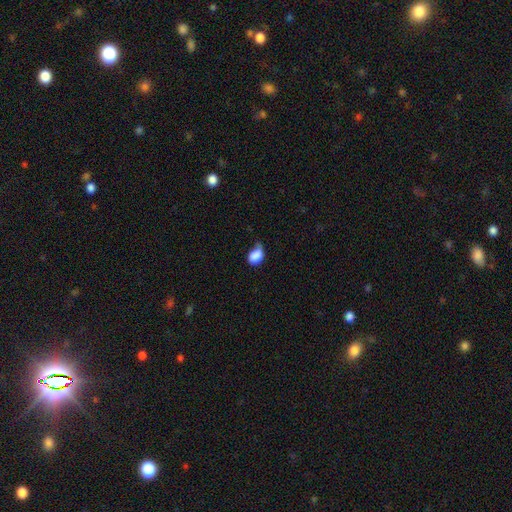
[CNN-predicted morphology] Smooth or featured: smooth — 84% (featured or disk — 8%)
How rounded: in between — 75% (round — 23%)
Merging: minor disturbance — 40% (none — 31%)